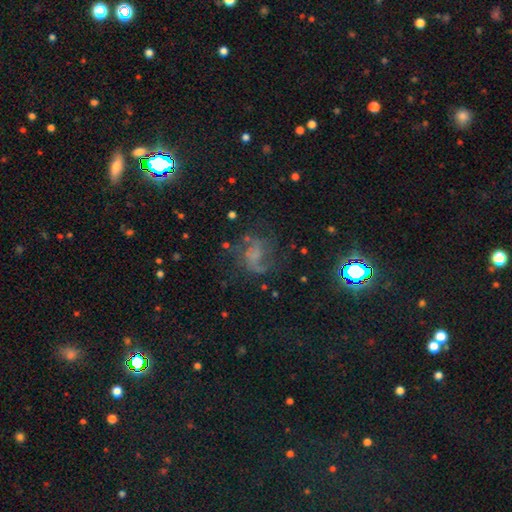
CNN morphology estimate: A featured or disk galaxy (50%).

Vote fractions:
- Smooth or featured? featured or disk: 50% / star or artifact: 28% / smooth: 22%
- Edge-on disk? no: 97% / yes: 3%
- Merging? none: 54% / major disturbance: 23% / minor disturbance: 20% / merger: 3%